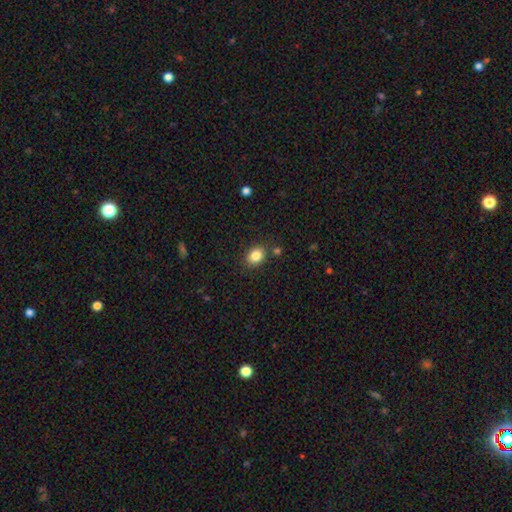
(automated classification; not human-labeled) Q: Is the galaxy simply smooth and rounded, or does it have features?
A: smooth — 85%.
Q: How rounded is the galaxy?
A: in between — 59%.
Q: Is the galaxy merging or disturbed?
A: none — 81%.